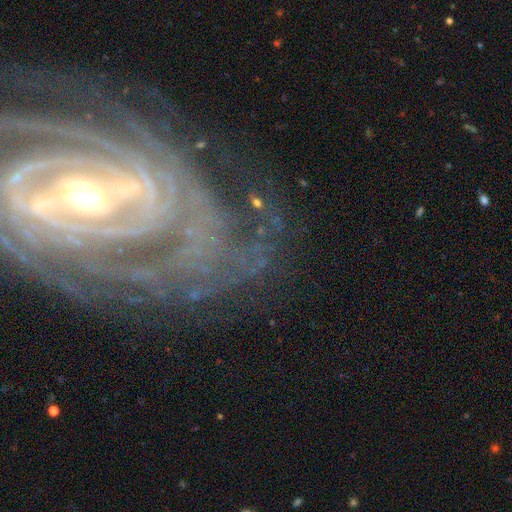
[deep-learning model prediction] The model was most divided on "bar": no: 42%, weak: 33%, strong: 26%. Remaining: edge-on disk — no (94%); spiral arms — yes (87%); smooth or featured — featured or disk (73%); spiral winding — tight (67%); merging — none (62%); bulge size — small (57%); spiral arm count — can't tell (33%).